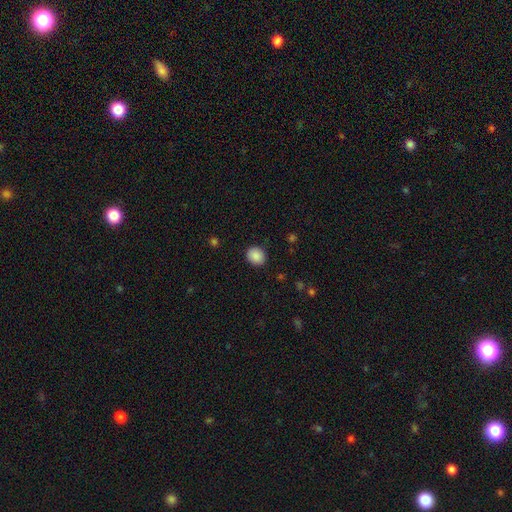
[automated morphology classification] Smooth or featured? Predicted: smooth (p=0.89). How rounded? Predicted: round (p=0.65). Merging? Predicted: none (p=0.90).